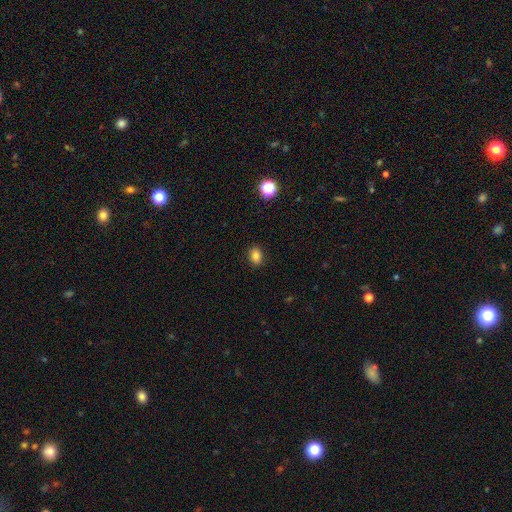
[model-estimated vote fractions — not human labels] Smooth or featured? smooth (83%)
How rounded? in between (64%)
Merging? none (88%)